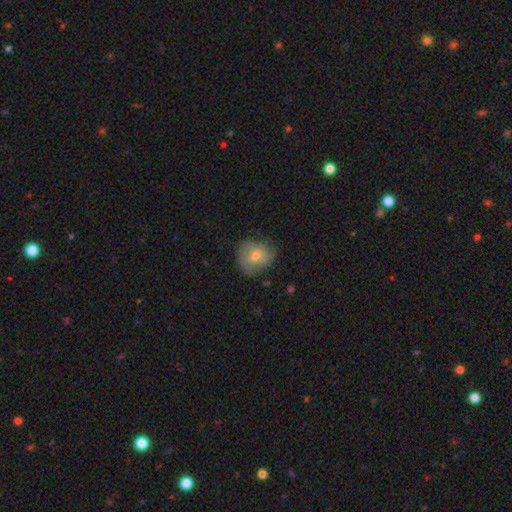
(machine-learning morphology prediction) This appears to be a smooth galaxy with no disk features (58%) that is round (71%). Merging: none (60%).